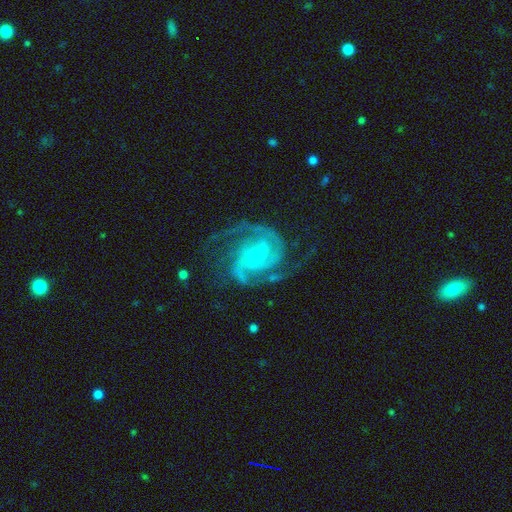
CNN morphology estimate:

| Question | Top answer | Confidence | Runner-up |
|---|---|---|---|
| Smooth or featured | featured or disk | 93% | star or artifact (4%) |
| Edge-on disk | no | 98% | yes (2%) |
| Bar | no | 67% | weak (24%) |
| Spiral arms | yes | 99% | no (1%) |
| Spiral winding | medium | 51% | tight (41%) |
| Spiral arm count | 2 | 62% | 3 (21%) |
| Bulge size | small | 80% | moderate (13%) |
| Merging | none | 72% | minor disturbance (15%) |